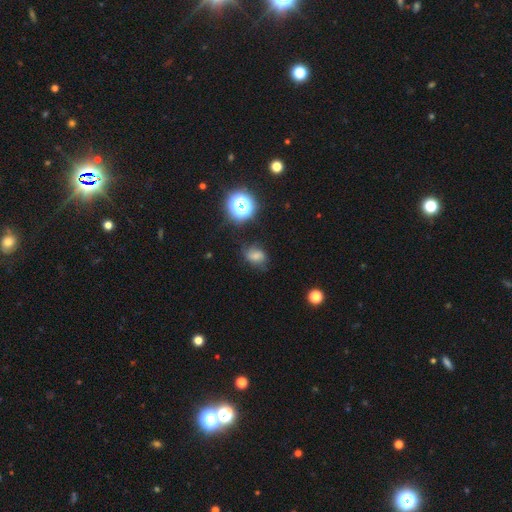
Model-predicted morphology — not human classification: smooth_or_featured: smooth (p=0.58) [alt: featured or disk p=0.22]
how_rounded: in between (p=0.60) [alt: round p=0.38]
merging: none (p=0.58) [alt: minor disturbance p=0.27]